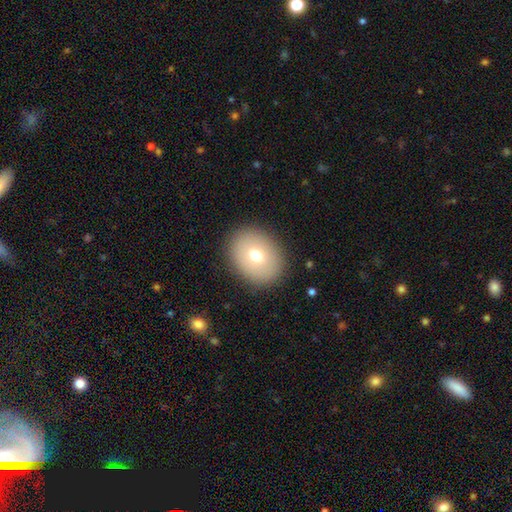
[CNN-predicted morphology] The model was most divided on "how rounded": in between: 51%, round: 48%, cigar-shaped: 1%. More confident: merging — none (88%); smooth or featured — smooth (69%).